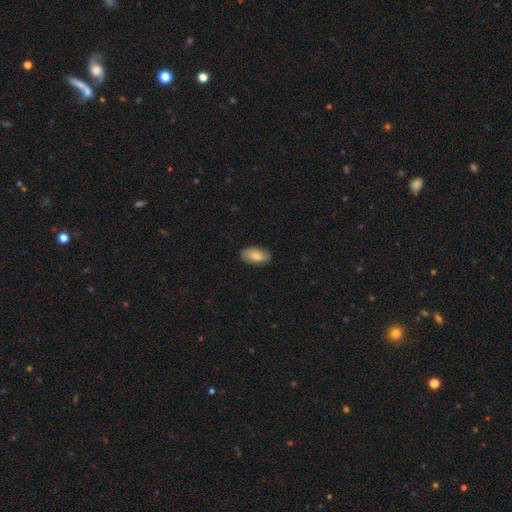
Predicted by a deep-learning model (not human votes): Morphology: type=smooth (83%); roundness=in between (94%); merging=none (85%).